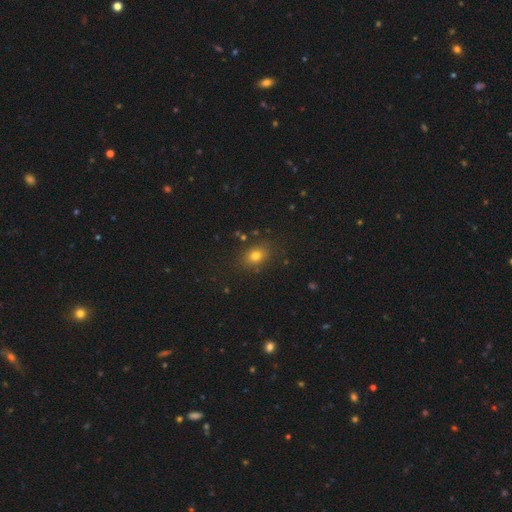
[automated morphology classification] Smooth or featured? Predicted: smooth (p=0.76). How rounded? Predicted: in between (p=0.62). Merging? Predicted: none (p=0.82).